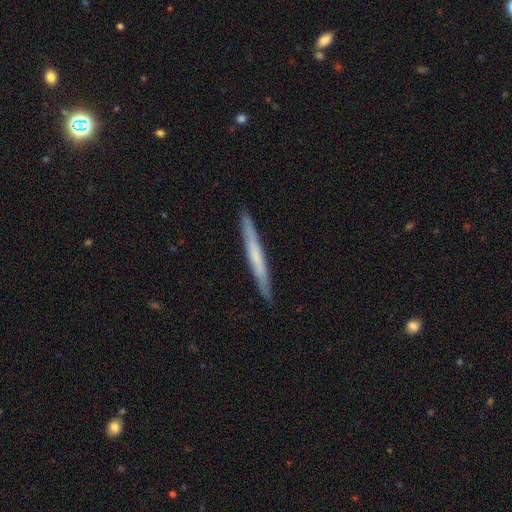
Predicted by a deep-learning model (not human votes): smooth-or-featured: smooth: 50% | featured or disk: 44% | star or artifact: 6%
  how-rounded: cigar-shaped: 97% | in between: 2% | round: 1%
  merging: none: 91% | minor disturbance: 7% | major disturbance: 1% | merger: 1%